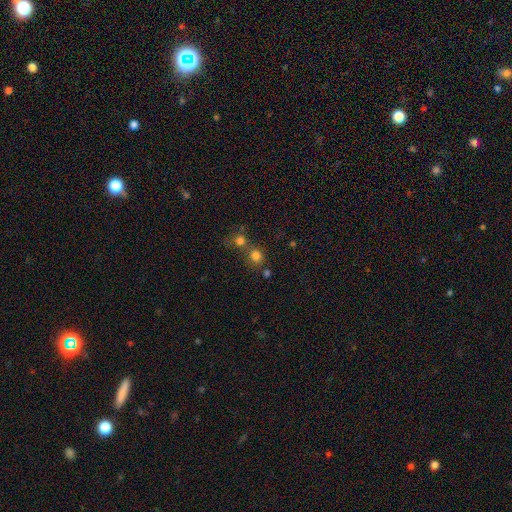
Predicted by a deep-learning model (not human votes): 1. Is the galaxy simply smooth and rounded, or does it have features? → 75% smooth, 17% star or artifact, 8% featured or disk.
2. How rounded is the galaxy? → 81% round, 18% in between, 1% cigar-shaped.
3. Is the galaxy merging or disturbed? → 53% none, 36% merger, 8% minor disturbance, 4% major disturbance.